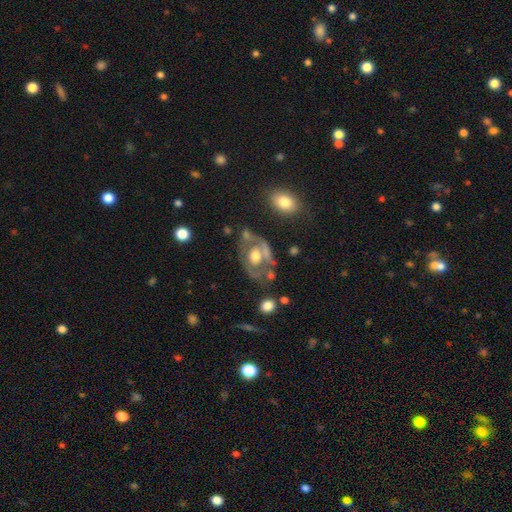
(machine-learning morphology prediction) Smooth or featured? featured or disk (67%)
Edge-on disk? no (94%)
Bar? no (76%)
Spiral arms? no (53%)
Bulge size? moderate (58%)
Merging? none (45%)